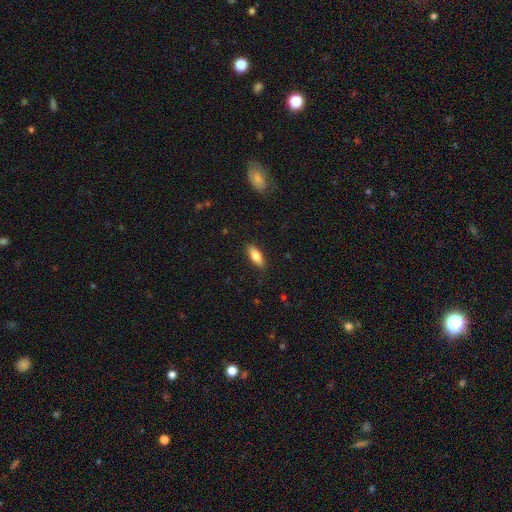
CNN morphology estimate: A smooth galaxy with no disk features (80%) that is in between round and cigar-shaped (74%). Merging: none (87%).